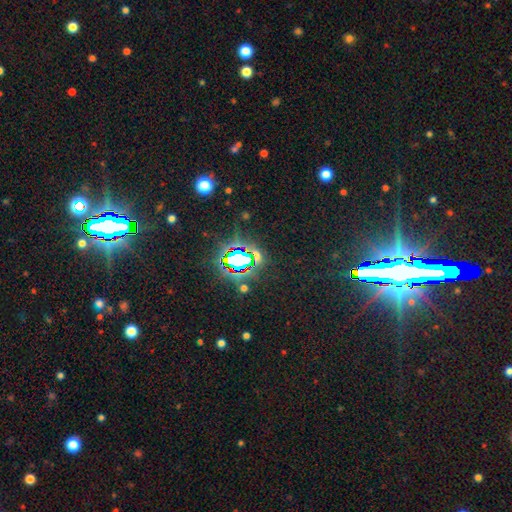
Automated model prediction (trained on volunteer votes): The model was most divided on "smooth or featured": star or artifact: 76%, smooth: 15%, featured or disk: 9%.